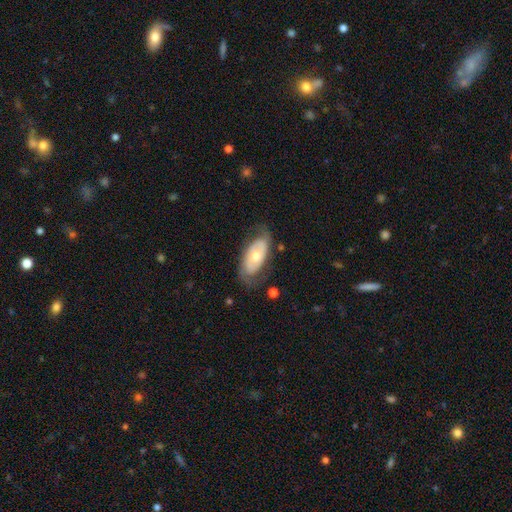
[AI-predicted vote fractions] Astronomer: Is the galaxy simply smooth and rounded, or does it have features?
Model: featured or disk — 54% (runner-up: smooth, 40%).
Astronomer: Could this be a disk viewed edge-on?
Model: no — 88%.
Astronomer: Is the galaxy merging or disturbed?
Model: none — 67%.